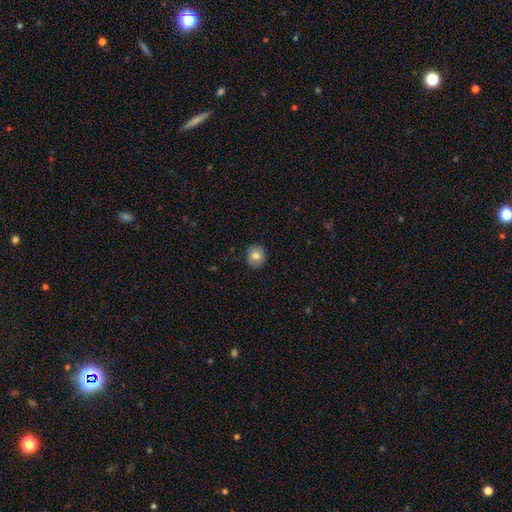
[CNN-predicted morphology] A smooth galaxy with no disk features (75%) that is round (73%).

Vote fractions:
- Smooth or featured? smooth: 75% / featured or disk: 16% / star or artifact: 9%
- How rounded? round: 73% / in between: 26% / cigar-shaped: 1%
- Merging? none: 84% / minor disturbance: 12% / major disturbance: 2% / merger: 1%